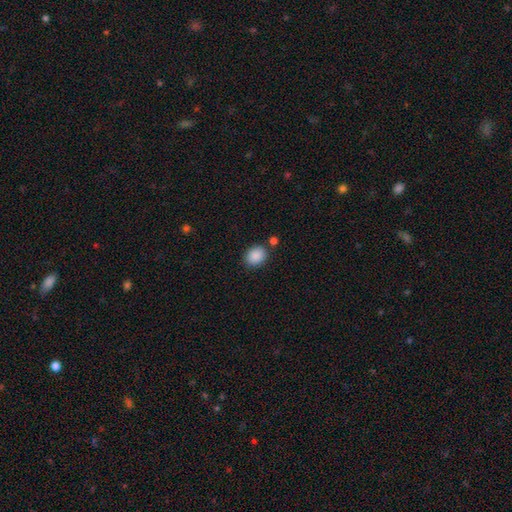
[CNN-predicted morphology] type=smooth (89%); roundness=in between (55%); merging=none (81%).